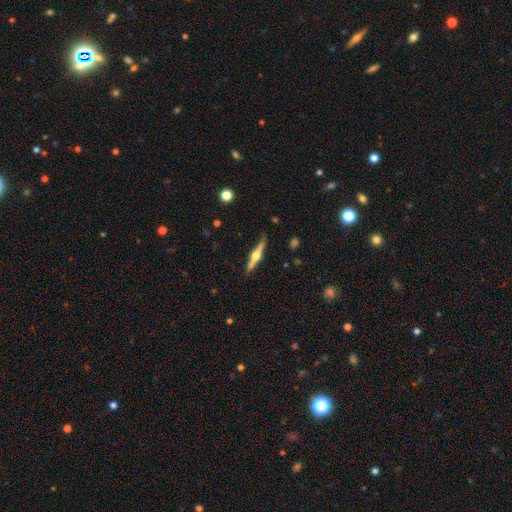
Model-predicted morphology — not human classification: This is likely a featured or disk galaxy (75%). It is clearly viewed edge-on (98%). Edge-on bulge: clearly rounded (92%). Merging: clearly none (86%).